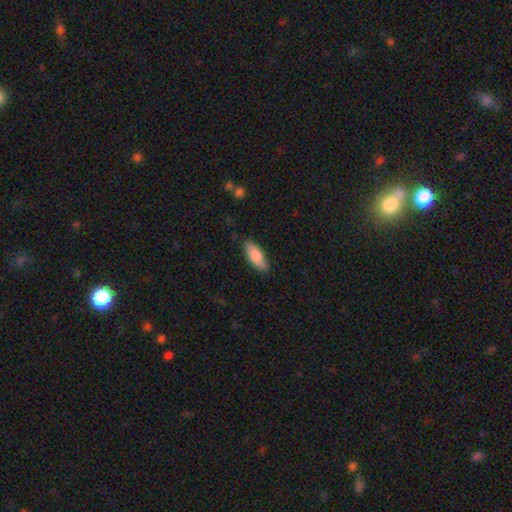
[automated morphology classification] Q: Smooth or featured?
A: smooth (83%); runner-up: featured or disk (11%)
Q: How rounded?
A: in between (74%); runner-up: cigar-shaped (25%)
Q: Merging?
A: none (84%); runner-up: minor disturbance (13%)